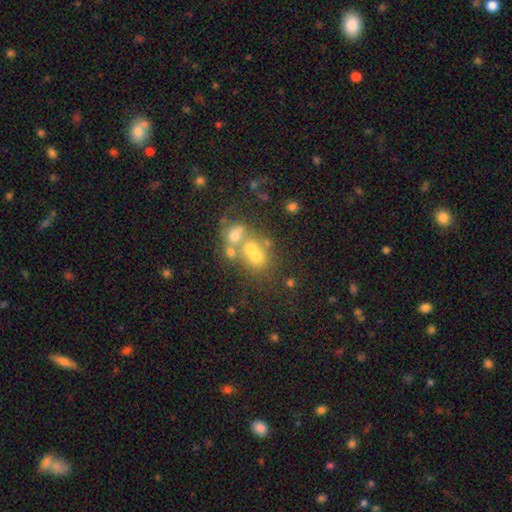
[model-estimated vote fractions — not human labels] Overall: smooth (49%; featured or disk 29%). Merging: merger (53%; none 33%).